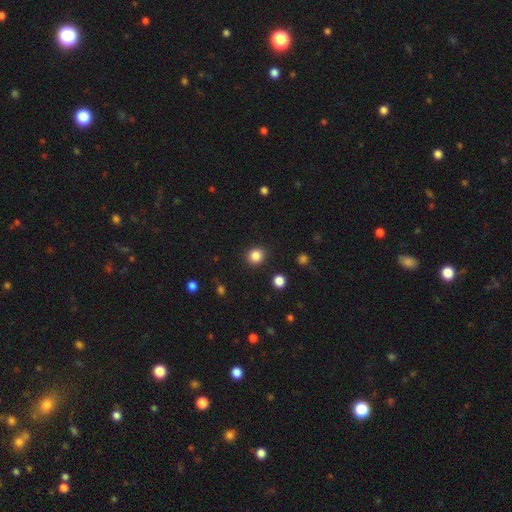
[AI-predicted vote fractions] smooth-or-featured: smooth: 85% | star or artifact: 11% | featured or disk: 4%
  how-rounded: round: 86% | in between: 13% | cigar-shaped: 1%
  merging: none: 91% | minor disturbance: 6% | major disturbance: 2% | merger: 1%